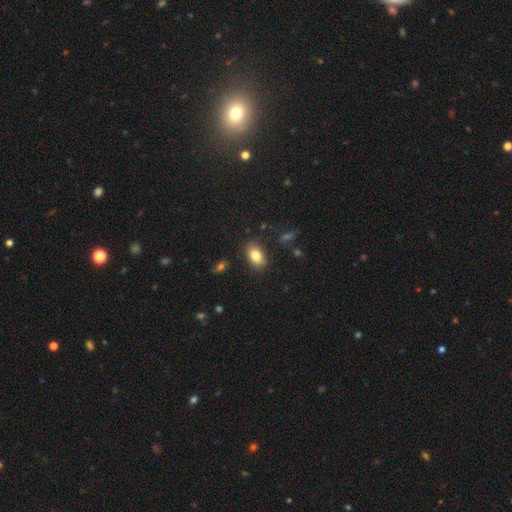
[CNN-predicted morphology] Q: Smooth or featured?
A: smooth (81%); runner-up: featured or disk (10%)
Q: How rounded?
A: in between (88%); runner-up: round (10%)
Q: Merging?
A: none (83%); runner-up: minor disturbance (12%)